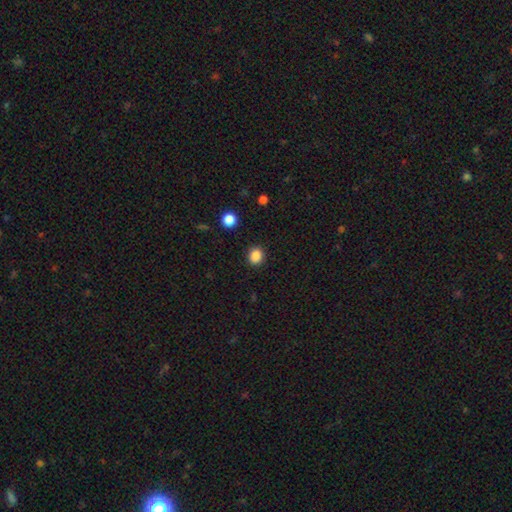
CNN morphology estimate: Smooth or featured?
  - smooth: 86% *
  - star or artifact: 11%
  - featured or disk: 3%
How rounded?
  - round: 74% *
  - in between: 25%
  - cigar-shaped: 1%
Merging?
  - none: 89% *
  - minor disturbance: 7%
  - major disturbance: 2%
  - merger: 1%